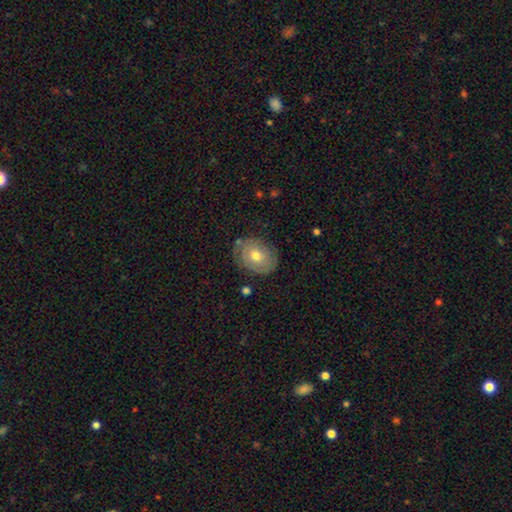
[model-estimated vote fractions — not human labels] Smooth or featured?
  - featured or disk: 47% *
  - smooth: 45%
  - star or artifact: 8%
Merging?
  - none: 77% *
  - minor disturbance: 16%
  - major disturbance: 5%
  - merger: 2%